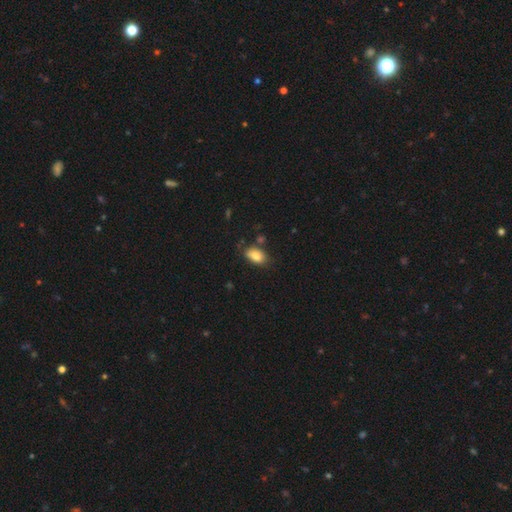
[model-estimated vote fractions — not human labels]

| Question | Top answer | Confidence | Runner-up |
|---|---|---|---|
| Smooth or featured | smooth | 84% | featured or disk (9%) |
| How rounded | in between | 91% | round (7%) |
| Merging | none | 71% | minor disturbance (20%) |